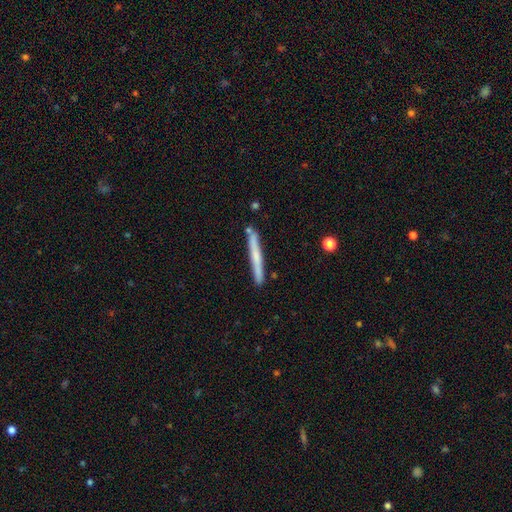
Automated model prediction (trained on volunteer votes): Smooth or featured? Predicted: smooth (p=0.54). How rounded? Predicted: cigar-shaped (p=0.97). Merging? Predicted: none (p=0.85).